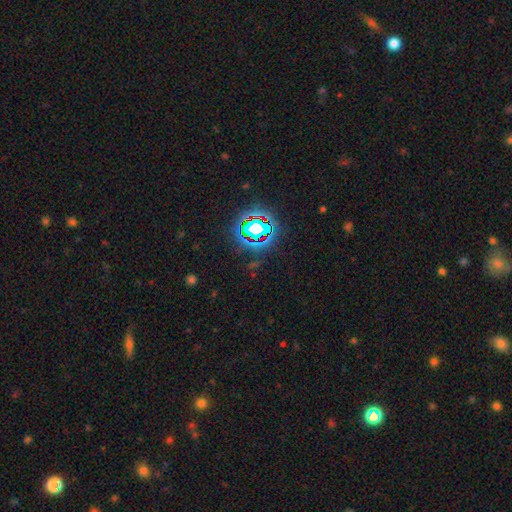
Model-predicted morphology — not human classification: Smooth or featured? Predicted: star or artifact (p=0.78).